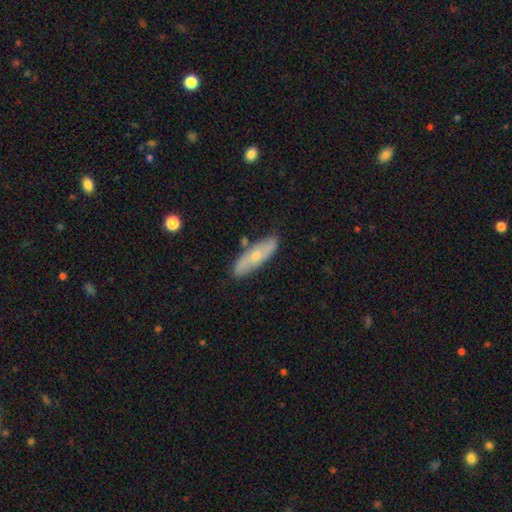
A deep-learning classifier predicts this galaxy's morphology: Smooth or featured? smooth (49%)
Merging? none (81%)